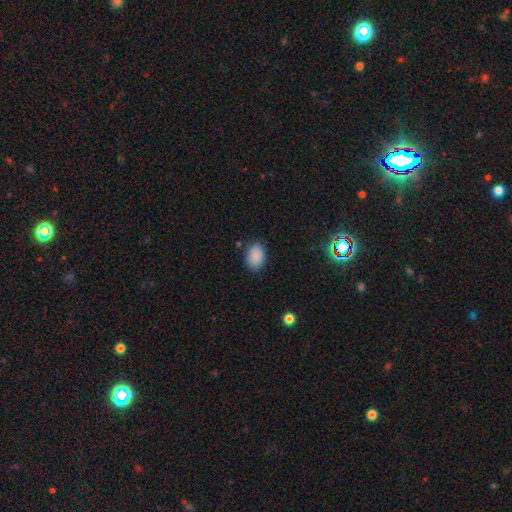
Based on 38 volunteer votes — This appears to be a smooth galaxy with no disk features (89%) that is in between round and cigar-shaped (88%). Merging: none (86%).